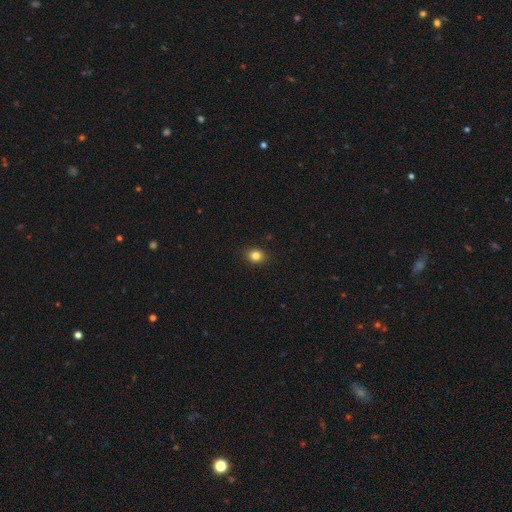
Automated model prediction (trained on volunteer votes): Smooth or featured: smooth — 83% (star or artifact — 12%)
How rounded: round — 62% (in between — 37%)
Merging: none — 89% (minor disturbance — 8%)